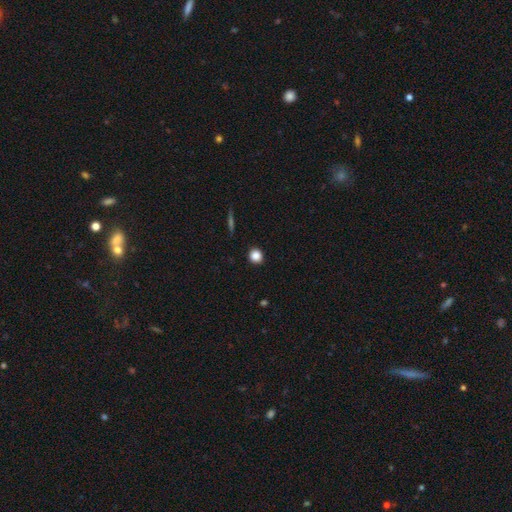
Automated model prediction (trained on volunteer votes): Overall: smooth (86%). How rounded: round (90%). Merging: none (92%).